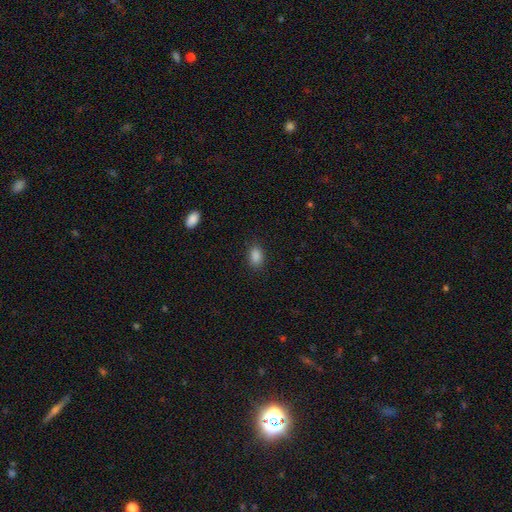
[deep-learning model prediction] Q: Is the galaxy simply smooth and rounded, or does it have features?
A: smooth — 87%.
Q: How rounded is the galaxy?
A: in between — 79%.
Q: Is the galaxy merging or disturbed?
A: none — 87%.